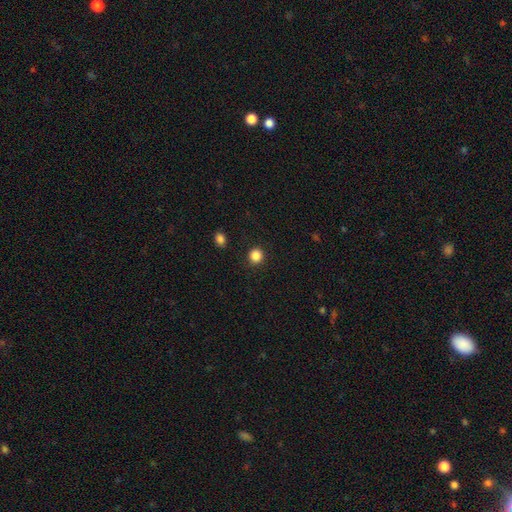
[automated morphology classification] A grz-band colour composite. It shows a smooth galaxy with no disk features (86%) that is round (91%). Merging: none (91%).